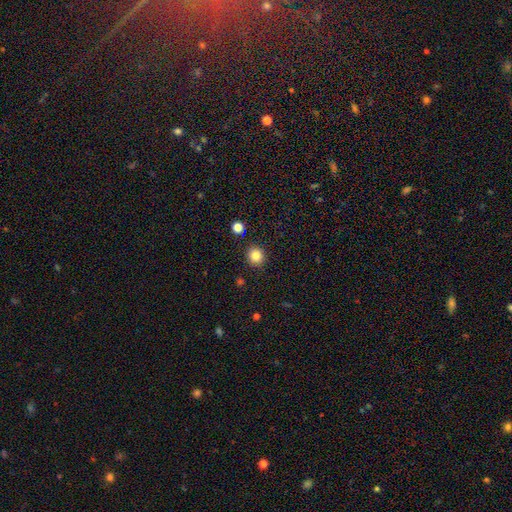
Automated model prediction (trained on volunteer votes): Smooth or featured?
  - smooth: 82% *
  - star or artifact: 12%
  - featured or disk: 6%
How rounded?
  - round: 89% *
  - in between: 10%
  - cigar-shaped: 1%
Merging?
  - none: 90% *
  - minor disturbance: 6%
  - merger: 2%
  - major disturbance: 2%